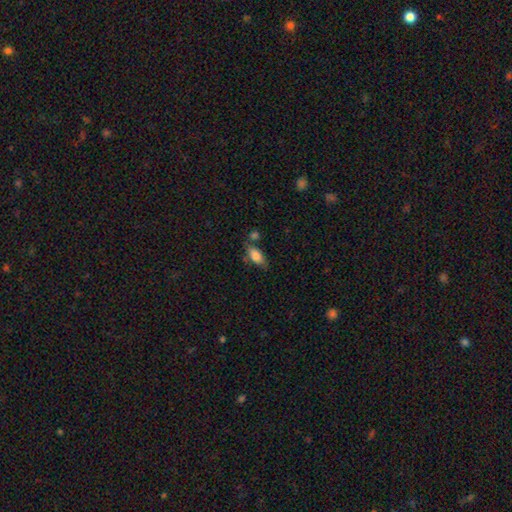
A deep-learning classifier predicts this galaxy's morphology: smooth_or_featured: smooth (p=0.79) [alt: featured or disk p=0.13]
how_rounded: in between (p=0.86) [alt: cigar-shaped p=0.11]
merging: none (p=0.62) [alt: minor disturbance p=0.21]